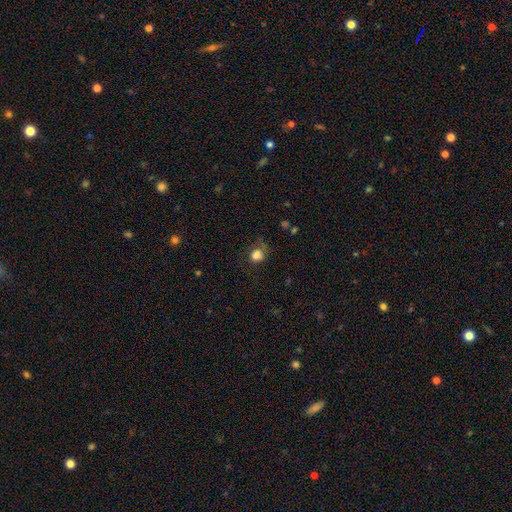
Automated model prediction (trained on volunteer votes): This appears to be a smooth galaxy with no disk features (79%) that is round (77%). Merging: none (52%).